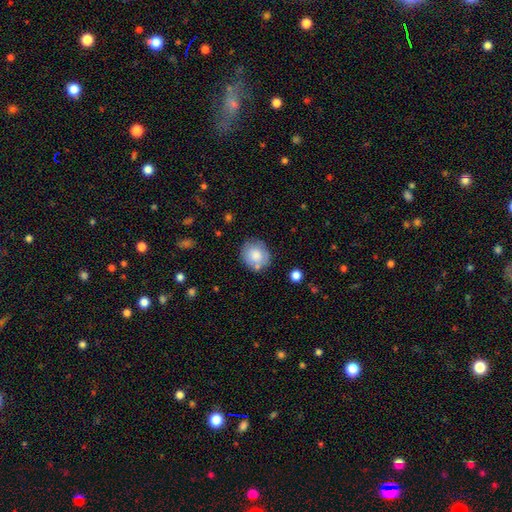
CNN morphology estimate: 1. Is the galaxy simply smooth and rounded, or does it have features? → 78% smooth, 14% featured or disk, 7% star or artifact.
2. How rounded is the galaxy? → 79% round, 20% in between, 1% cigar-shaped.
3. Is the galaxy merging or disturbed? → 74% none, 16% minor disturbance, 6% merger, 4% major disturbance.